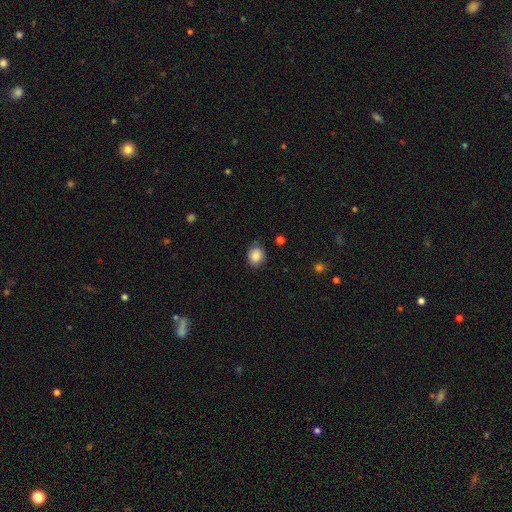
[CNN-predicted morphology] Overall: smooth (85%). How rounded: round (57%; in between 42%). Merging: none (77%).